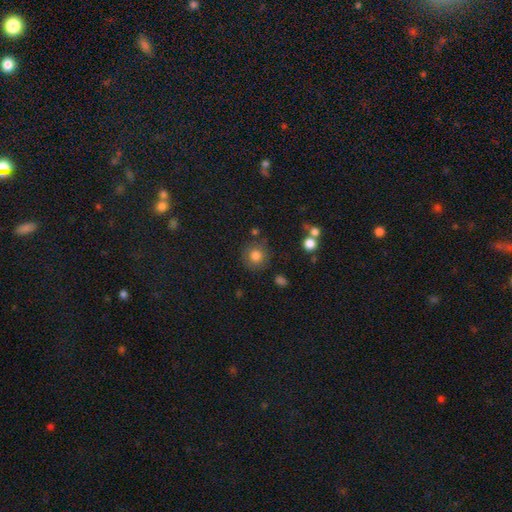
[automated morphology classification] The model was most divided on "smooth or featured": smooth: 80%, star or artifact: 11%, featured or disk: 9%. More confident: how rounded — round (92%); merging — none (81%).